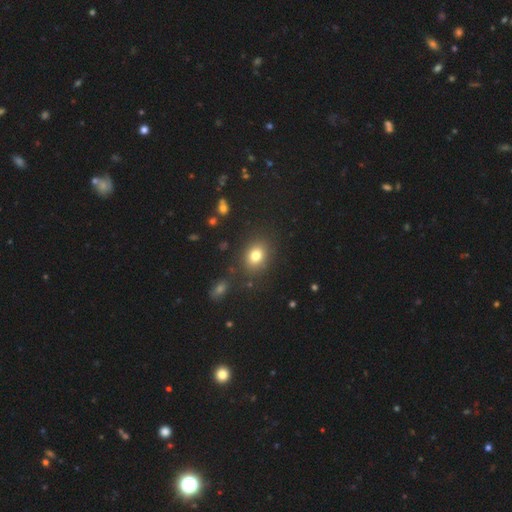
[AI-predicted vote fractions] The model was most divided on "how rounded": in between: 52%, round: 47%, cigar-shaped: 1%. More confident: merging — none (84%); smooth or featured — smooth (78%).